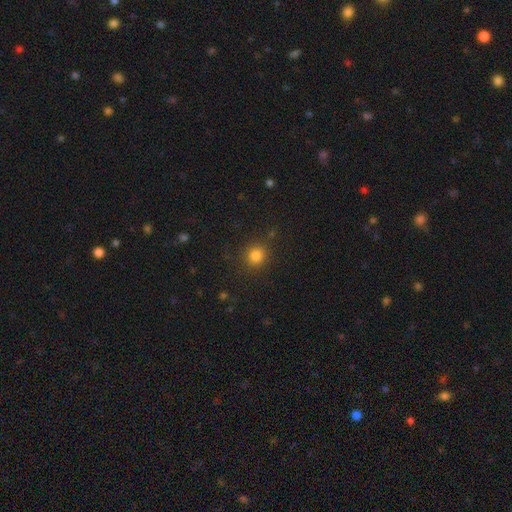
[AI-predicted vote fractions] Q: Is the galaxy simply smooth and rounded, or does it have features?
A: smooth — 82%.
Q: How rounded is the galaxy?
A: round — 90%.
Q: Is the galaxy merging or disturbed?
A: none — 87%.